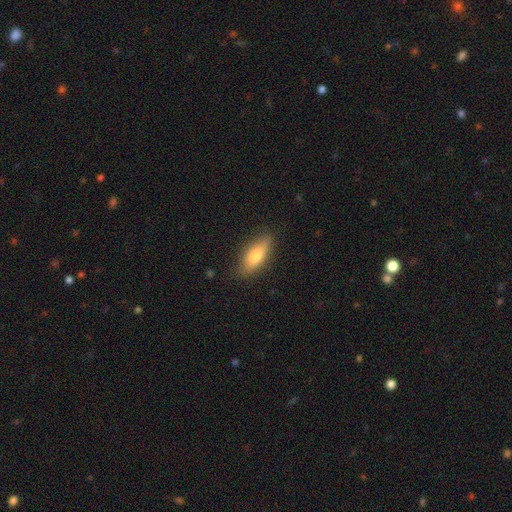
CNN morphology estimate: Smooth or featured: smooth — 67% (featured or disk — 27%)
How rounded: in between — 59% (cigar-shaped — 38%)
Merging: none — 83% (minor disturbance — 13%)